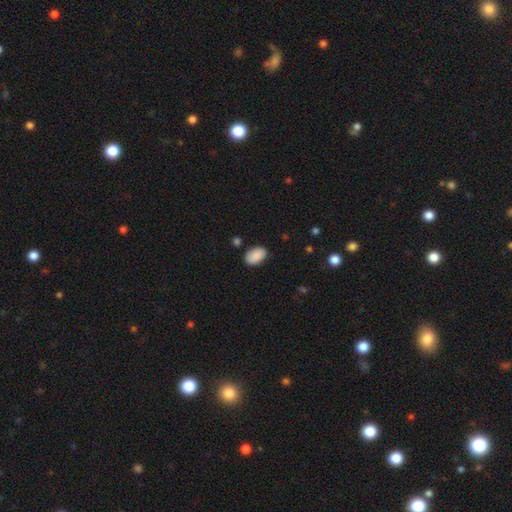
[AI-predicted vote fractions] A smooth galaxy with no disk features (90%) that is in between round and cigar-shaped (92%). Merging: none (84%).